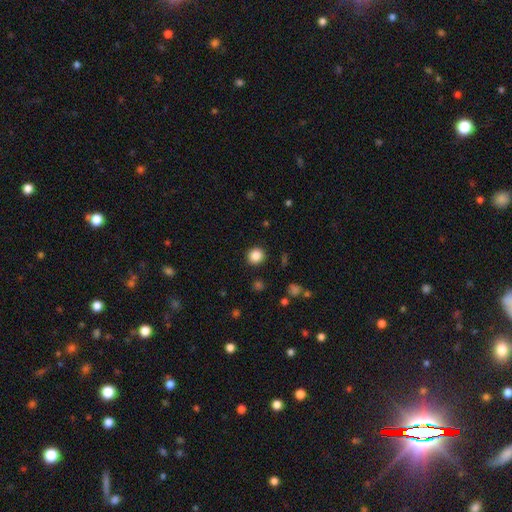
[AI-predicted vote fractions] This appears to be a smooth galaxy with no disk features (86%) that is round (89%). Merging: none (91%).